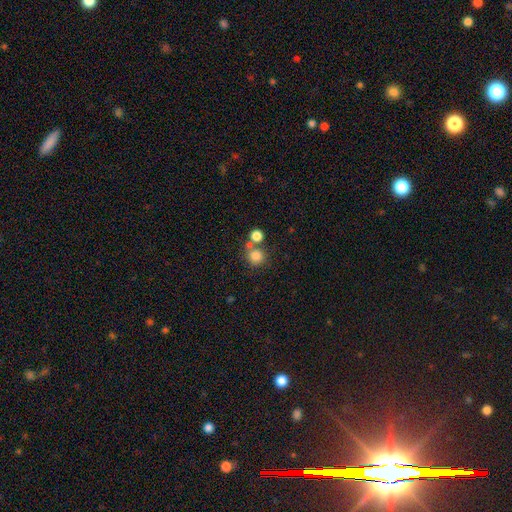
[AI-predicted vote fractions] This appears to be a smooth galaxy with no disk features (80%) that is round (90%). Merging: none (60%).